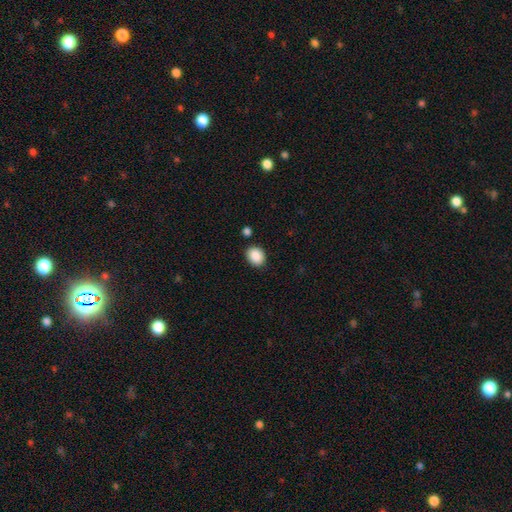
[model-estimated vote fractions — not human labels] Smooth or featured? smooth (89%)
How rounded? round (51%)
Merging? none (85%)